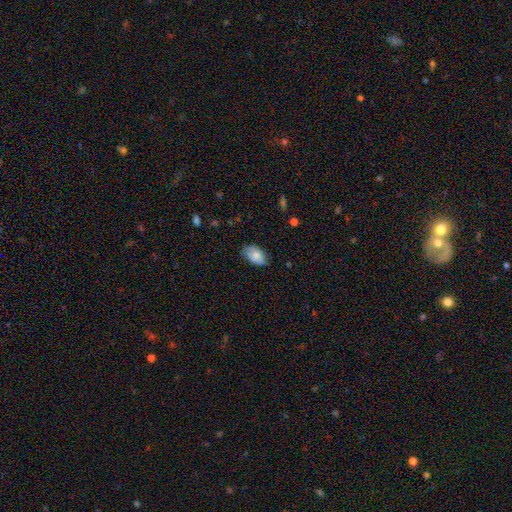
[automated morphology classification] Smooth or featured: smooth — 76% (featured or disk — 17%)
How rounded: in between — 92% (round — 7%)
Merging: none — 68% (minor disturbance — 27%)